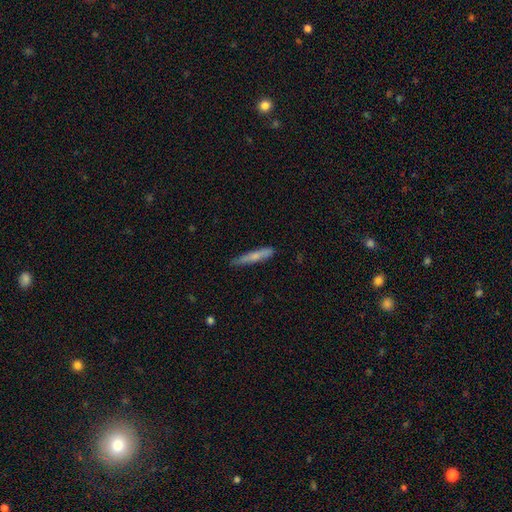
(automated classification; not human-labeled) A smooth galaxy with no disk features (63%) that is cigar-shaped (93%).

Vote fractions:
- Smooth or featured? smooth: 63% / featured or disk: 32% / star or artifact: 6%
- How rounded? cigar-shaped: 93% / in between: 6% / round: 1%
- Merging? none: 81% / minor disturbance: 15% / major disturbance: 2% / merger: 2%